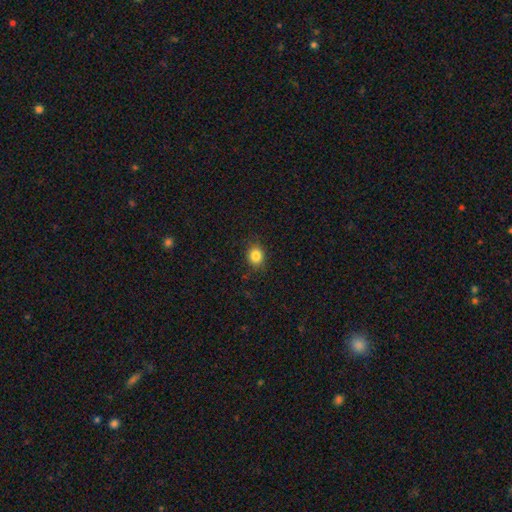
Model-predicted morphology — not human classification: Smooth or featured? smooth (84%)
How rounded? round (71%)
Merging? none (86%)